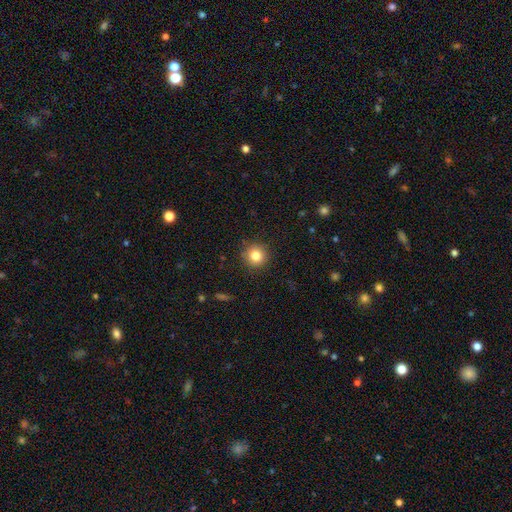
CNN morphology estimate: Smooth or featured: smooth — 82% (star or artifact — 11%)
How rounded: round — 94% (in between — 5%)
Merging: none — 91% (minor disturbance — 6%)